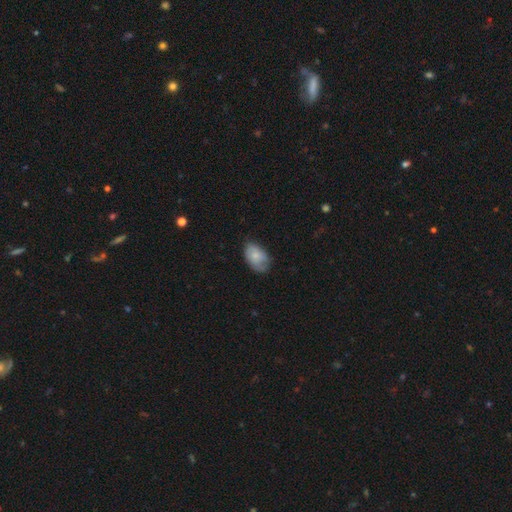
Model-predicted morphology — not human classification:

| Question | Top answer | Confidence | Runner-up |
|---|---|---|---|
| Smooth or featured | smooth | 73% | featured or disk (20%) |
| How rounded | in between | 89% | round (10%) |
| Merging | none | 57% | minor disturbance (33%) |